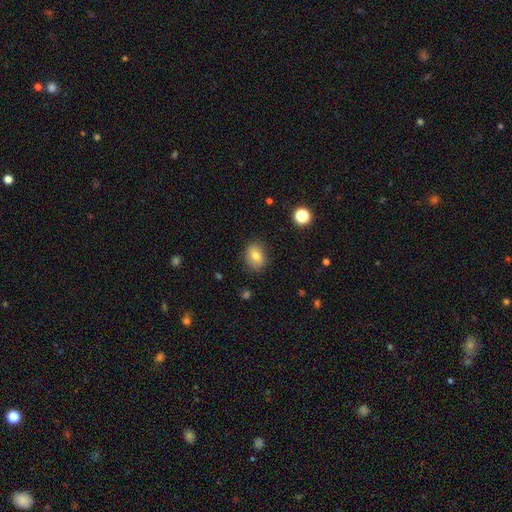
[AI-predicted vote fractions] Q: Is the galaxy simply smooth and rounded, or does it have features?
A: smooth — 74%.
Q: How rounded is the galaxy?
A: in between — 60%.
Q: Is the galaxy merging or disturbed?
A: none — 84%.